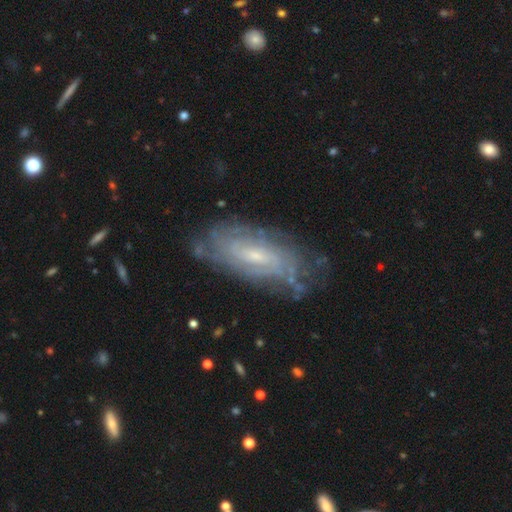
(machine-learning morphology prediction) Smooth or featured? Predicted: featured or disk (p=0.76). Edge-on disk? Predicted: no (p=0.90). Bar? Predicted: weak (p=0.46). Spiral arms? Predicted: yes (p=0.87). Spiral winding? Predicted: tight (p=0.67). Spiral arm count? Predicted: can't tell (p=0.63). Bulge size? Predicted: small (p=0.64). Merging? Predicted: none (p=0.73).